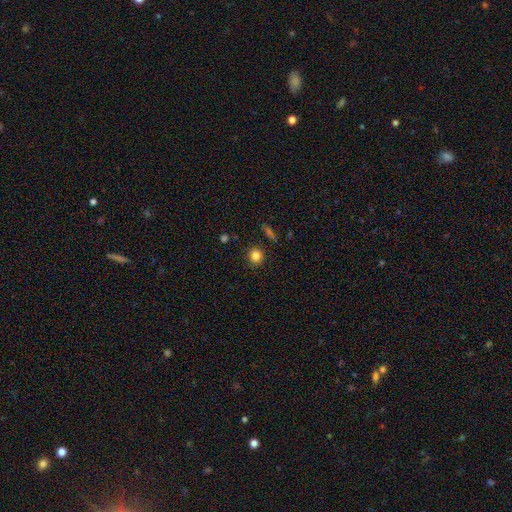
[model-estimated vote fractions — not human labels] smooth-or-featured: smooth: 82% | star or artifact: 12% | featured or disk: 6%
  how-rounded: round: 88% | in between: 11% | cigar-shaped: 1%
  merging: none: 89% | minor disturbance: 7% | major disturbance: 2% | merger: 2%